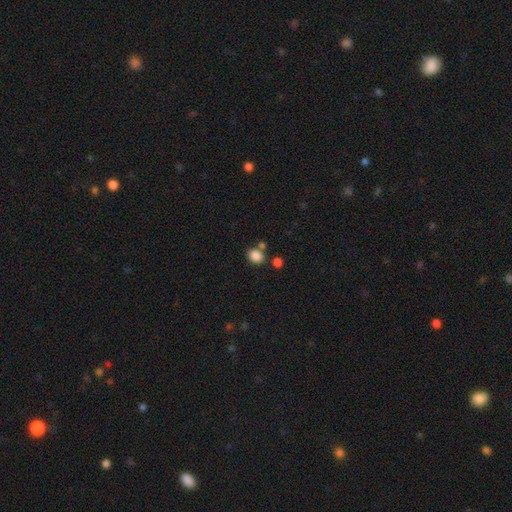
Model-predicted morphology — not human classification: This is clearly a smooth galaxy (85%). How rounded: possibly in between (58%). Merging: likely none (66%).